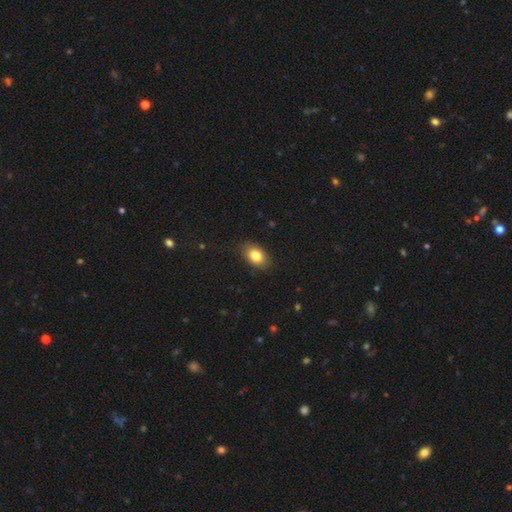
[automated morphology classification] A smooth galaxy with no disk features (83%) that is in between round and cigar-shaped (85%). Merging: none (86%).